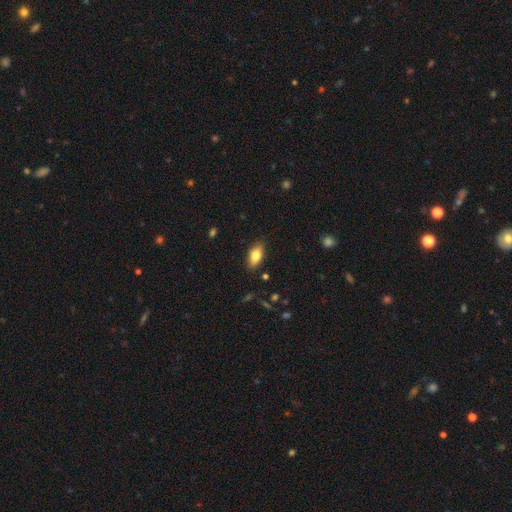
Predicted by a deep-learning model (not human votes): smooth 79%, featured or disk 14%, star or artifact 7%. Down the decision tree: how rounded — in between (87%); merging — none (85%).